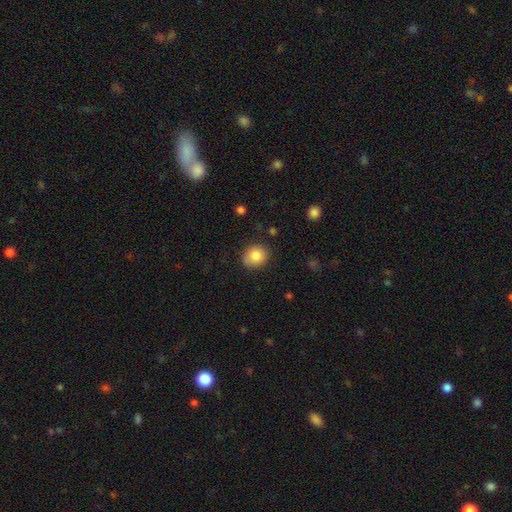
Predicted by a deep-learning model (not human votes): This appears to be a smooth galaxy with no disk features (84%) that is round (70%). Merging: none (82%).